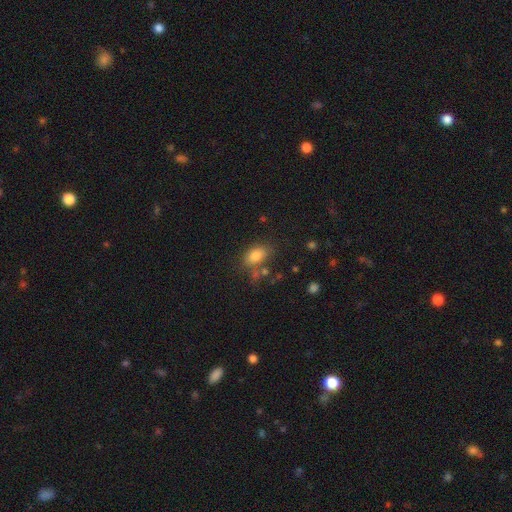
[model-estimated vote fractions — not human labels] Smooth or featured: smooth — 80% (star or artifact — 10%)
How rounded: in between — 84% (round — 14%)
Merging: none — 66% (minor disturbance — 17%)